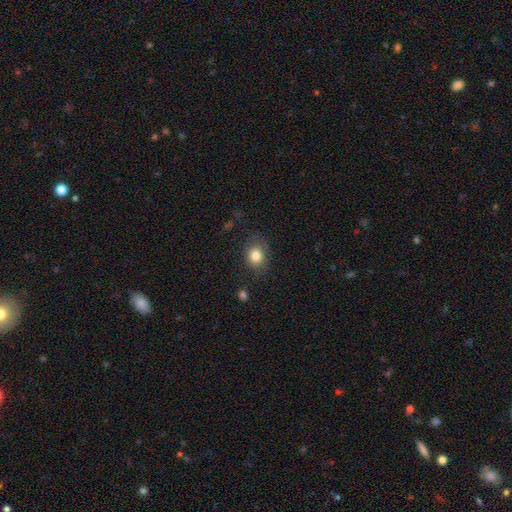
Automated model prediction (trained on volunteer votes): The model was most divided on "how rounded": round: 52%, in between: 47%, cigar-shaped: 1%. More confident: smooth or featured — smooth (82%); merging — none (76%).